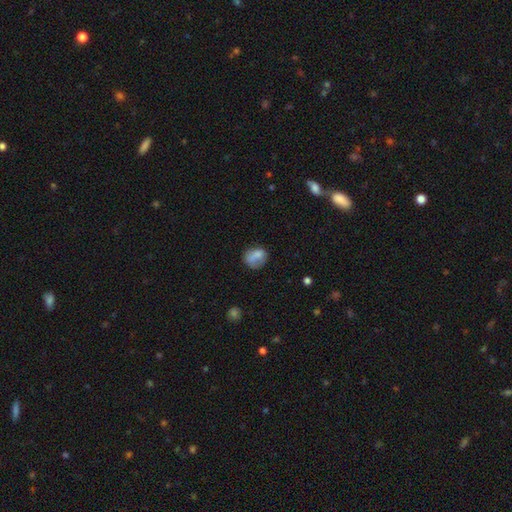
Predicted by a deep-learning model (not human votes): smooth_or_featured: smooth (p=0.74) [alt: featured or disk p=0.16]
how_rounded: round (p=0.58) [alt: in between p=0.41]
merging: none (p=0.51) [alt: minor disturbance p=0.26]